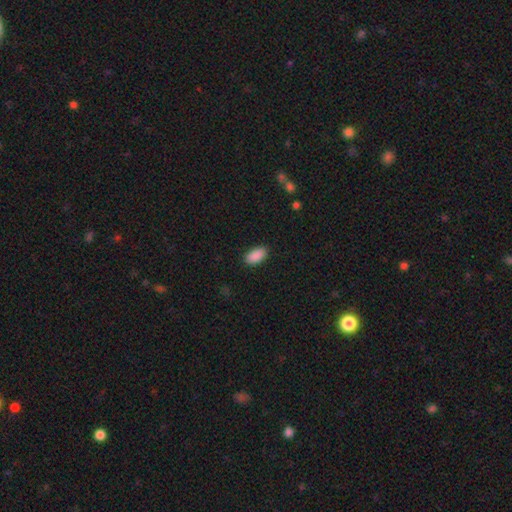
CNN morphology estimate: Smooth or featured? Predicted: smooth (p=0.91). How rounded? Predicted: in between (p=0.94). Merging? Predicted: none (p=0.89).